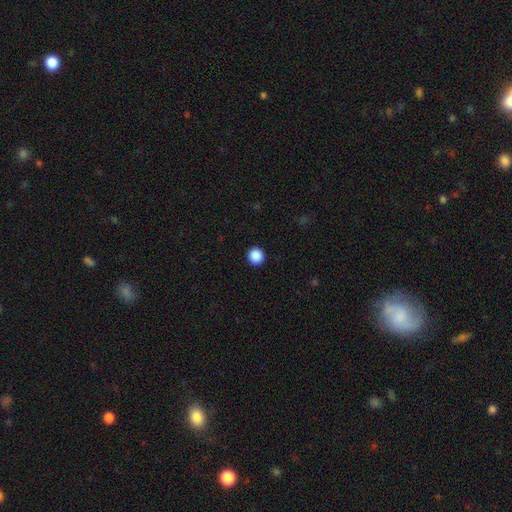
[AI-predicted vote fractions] Smooth or featured? Predicted: smooth (p=0.89). How rounded? Predicted: round (p=0.94). Merging? Predicted: none (p=0.93).